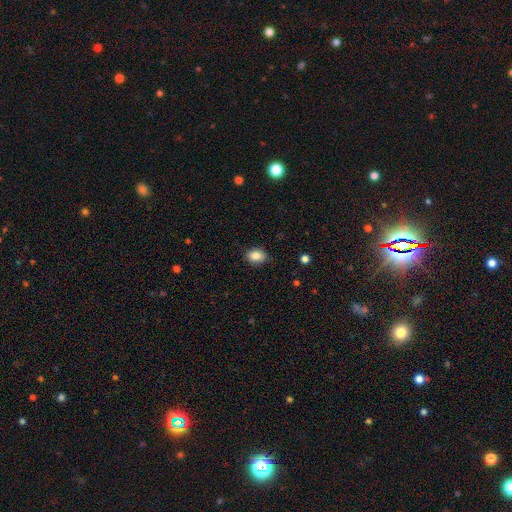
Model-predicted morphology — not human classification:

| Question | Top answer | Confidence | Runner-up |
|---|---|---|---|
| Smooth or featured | smooth | 87% | star or artifact (8%) |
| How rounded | in between | 73% | round (26%) |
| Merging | none | 83% | minor disturbance (13%) |